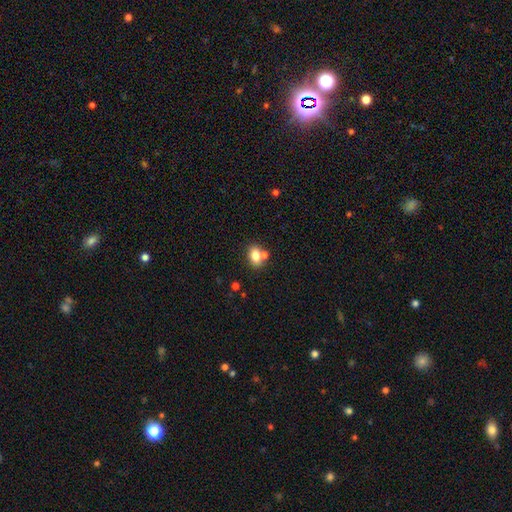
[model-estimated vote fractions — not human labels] Overall: smooth (79%). How rounded: in between (76%). Merging: none (57%; merger 28%).